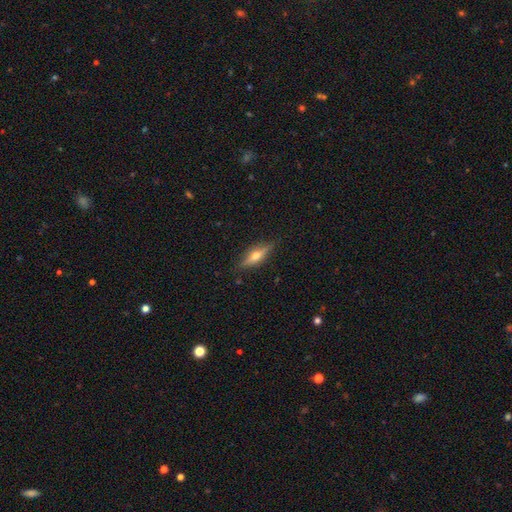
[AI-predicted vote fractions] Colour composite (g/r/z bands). It shows a featured or disk galaxy (59%) viewed edge-on (94%) with a rounded central bulge (93%). Merging: none (86%).